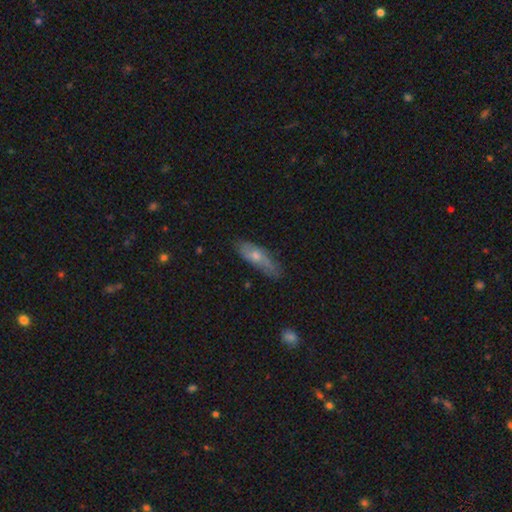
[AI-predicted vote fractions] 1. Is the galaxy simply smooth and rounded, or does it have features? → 52% smooth, 41% featured or disk, 7% star or artifact.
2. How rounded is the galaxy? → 53% cigar-shaped, 44% in between, 3% round.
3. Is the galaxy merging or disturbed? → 71% none, 22% minor disturbance, 4% major disturbance, 2% merger.